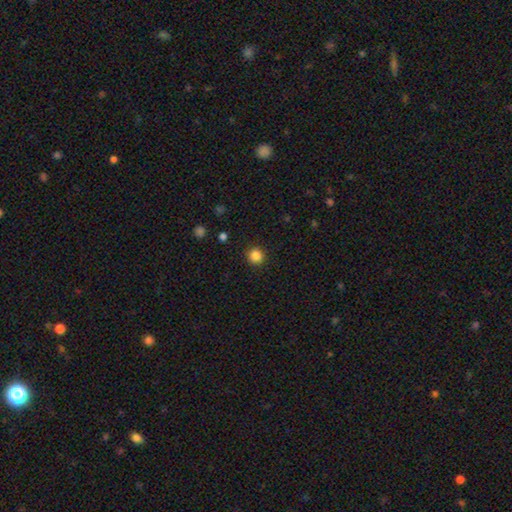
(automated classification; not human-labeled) Smooth or featured? smooth (85%)
How rounded? round (94%)
Merging? none (92%)